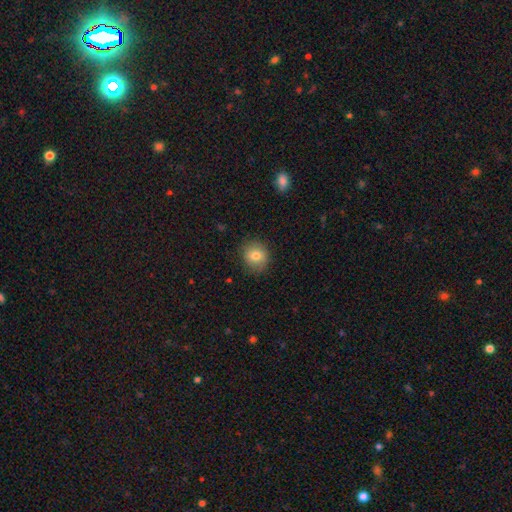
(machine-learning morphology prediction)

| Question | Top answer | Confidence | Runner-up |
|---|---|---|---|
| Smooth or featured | smooth | 79% | featured or disk (11%) |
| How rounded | round | 81% | in between (18%) |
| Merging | none | 83% | minor disturbance (13%) |